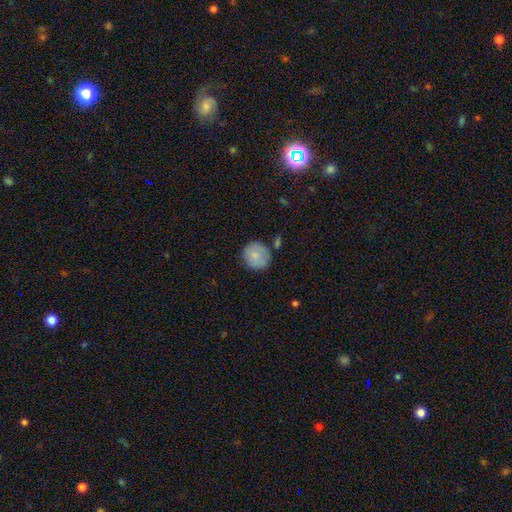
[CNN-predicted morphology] smooth-or-featured: smooth: 84% | featured or disk: 9% | star or artifact: 7%
  how-rounded: round: 91% | in between: 8% | cigar-shaped: 1%
  merging: none: 79% | minor disturbance: 14% | merger: 5% | major disturbance: 3%